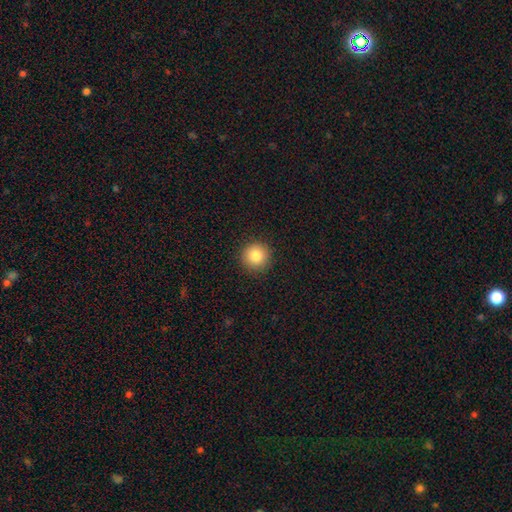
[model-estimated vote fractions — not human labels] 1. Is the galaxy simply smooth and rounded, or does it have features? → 84% smooth, 10% star or artifact, 6% featured or disk.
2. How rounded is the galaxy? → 95% round, 4% in between, 1% cigar-shaped.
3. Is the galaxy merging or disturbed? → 92% none, 6% minor disturbance, 2% major disturbance, 1% merger.